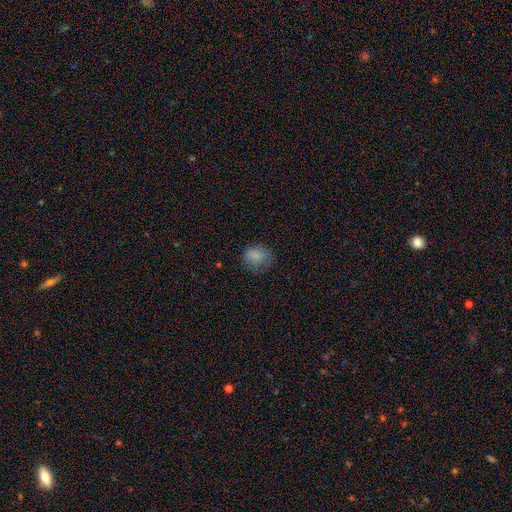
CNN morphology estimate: smooth-or-featured: smooth: 81% | star or artifact: 11% | featured or disk: 7%
  how-rounded: round: 60% | in between: 39% | cigar-shaped: 1%
  merging: none: 69% | minor disturbance: 21% | major disturbance: 9% | merger: 1%